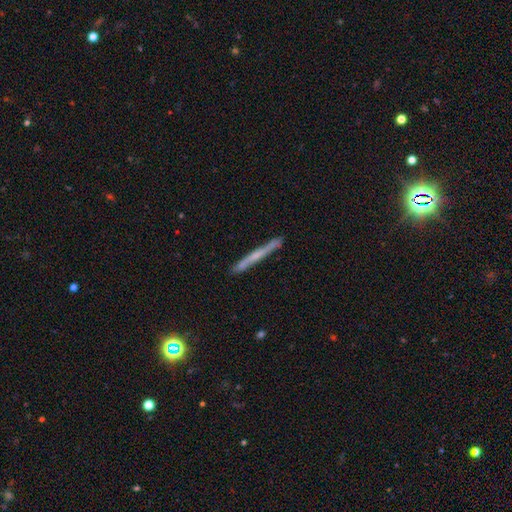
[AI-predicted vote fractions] smooth_or_featured: featured or disk (p=0.56) [alt: smooth p=0.37]
disk_edge_on: yes (p=0.96) [alt: no p=0.04]
edge_on_bulge: none (p=0.65) [alt: rounded p=0.27]
merging: none (p=0.88) [alt: minor disturbance p=0.09]